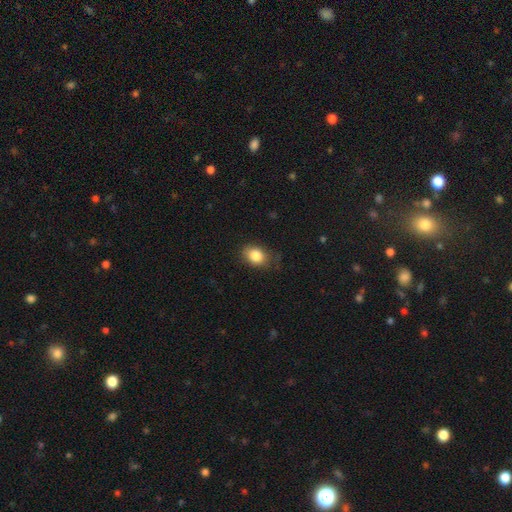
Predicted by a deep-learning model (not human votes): Smooth or featured? smooth (85%)
How rounded? in between (67%)
Merging? none (73%)